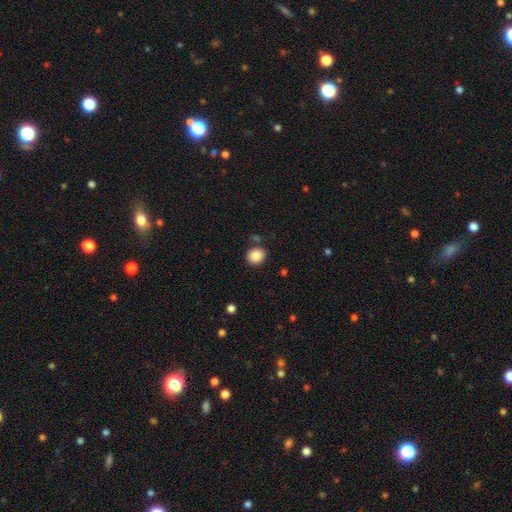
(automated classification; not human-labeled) Overall: smooth (87%). How rounded: round (73%). Merging: none (84%).